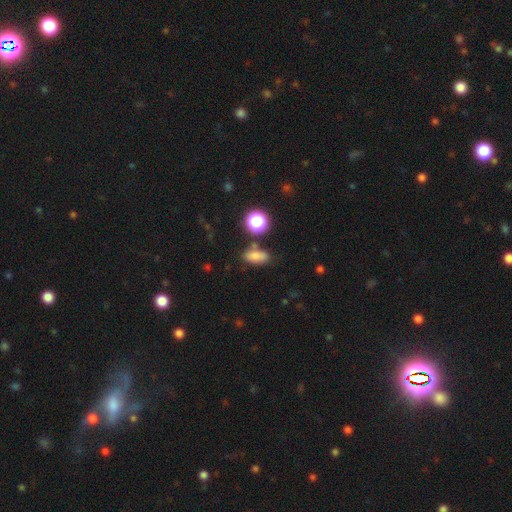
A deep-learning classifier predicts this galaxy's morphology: A smooth galaxy with no disk features (75%) that is in between round and cigar-shaped (78%).

Vote fractions:
- Smooth or featured? smooth: 75% / star or artifact: 16% / featured or disk: 9%
- How rounded? in between: 78% / round: 13% / cigar-shaped: 9%
- Merging? none: 71% / minor disturbance: 16% / merger: 9% / major disturbance: 4%